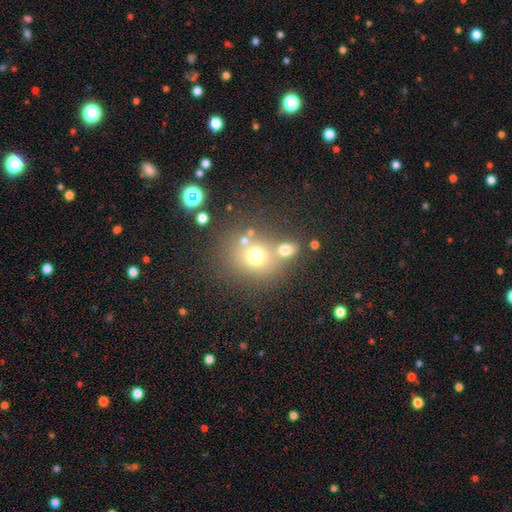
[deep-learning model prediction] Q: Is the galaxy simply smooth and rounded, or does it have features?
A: smooth — 68%.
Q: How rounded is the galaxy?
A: round — 73%.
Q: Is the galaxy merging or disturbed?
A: none — 54%.